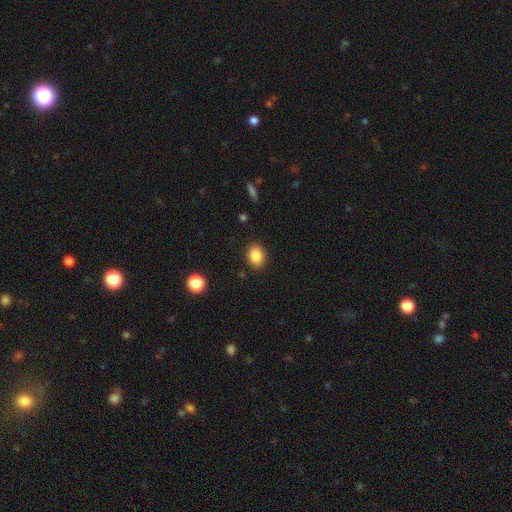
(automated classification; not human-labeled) smooth_or_featured: smooth (p=0.86) [alt: star or artifact p=0.09]
how_rounded: in between (p=0.55) [alt: round p=0.44]
merging: none (p=0.88) [alt: minor disturbance p=0.09]